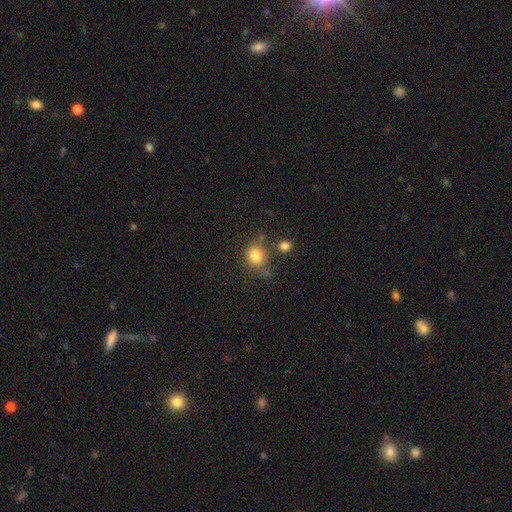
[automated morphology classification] This is clearly a smooth galaxy (80%). How rounded: likely round (74%). Merging: possibly none (57%).